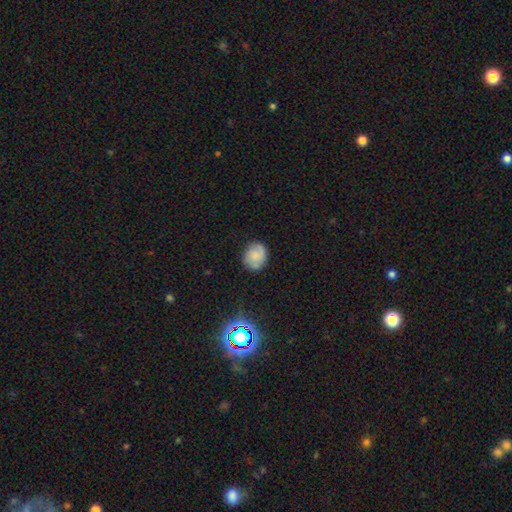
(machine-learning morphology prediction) smooth_or_featured: smooth (p=0.60) [alt: featured or disk p=0.29]
how_rounded: round (p=0.61) [alt: in between p=0.38]
merging: none (p=0.78) [alt: minor disturbance p=0.17]